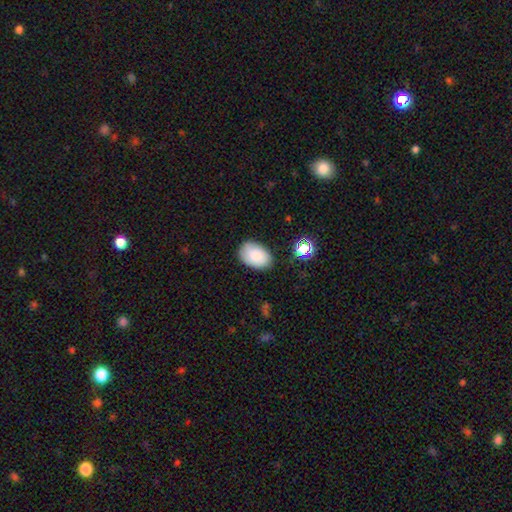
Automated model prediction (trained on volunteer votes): Q: Smooth or featured?
A: smooth (85%); runner-up: star or artifact (8%)
Q: How rounded?
A: in between (88%); runner-up: round (11%)
Q: Merging?
A: none (80%); runner-up: minor disturbance (14%)